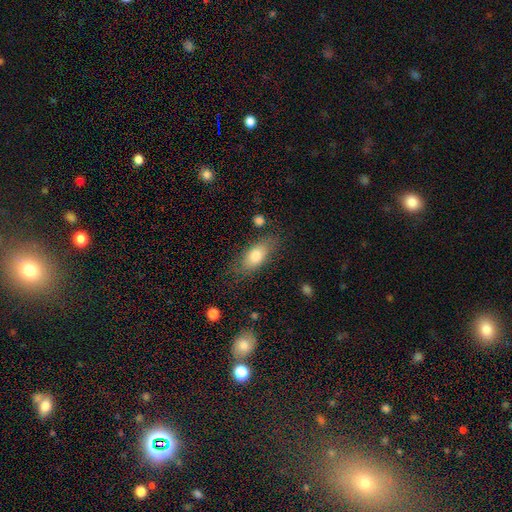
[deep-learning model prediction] smooth 76%, featured or disk 17%, star or artifact 7%. Down the decision tree: how rounded — in between (86%); merging — none (73%).